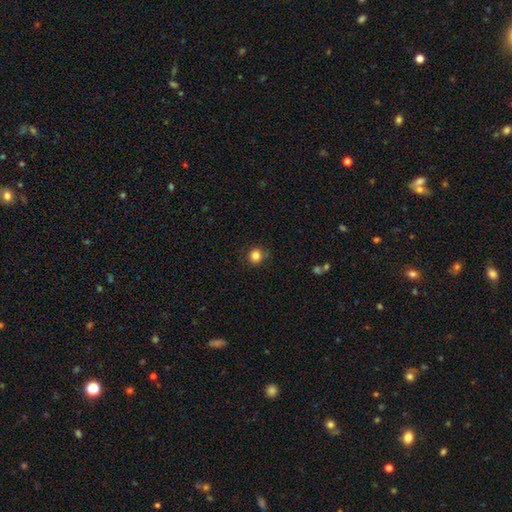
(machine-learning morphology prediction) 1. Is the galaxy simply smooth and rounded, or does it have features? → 83% smooth, 12% star or artifact, 5% featured or disk.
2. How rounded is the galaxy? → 88% round, 11% in between, 1% cigar-shaped.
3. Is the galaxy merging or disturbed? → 83% none, 12% minor disturbance, 3% major disturbance, 1% merger.